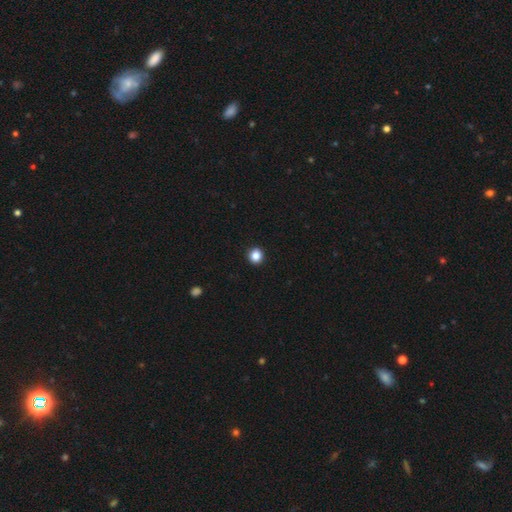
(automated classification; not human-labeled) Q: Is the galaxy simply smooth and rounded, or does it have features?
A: smooth — 86%.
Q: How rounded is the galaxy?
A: round — 90%.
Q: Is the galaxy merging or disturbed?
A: none — 93%.